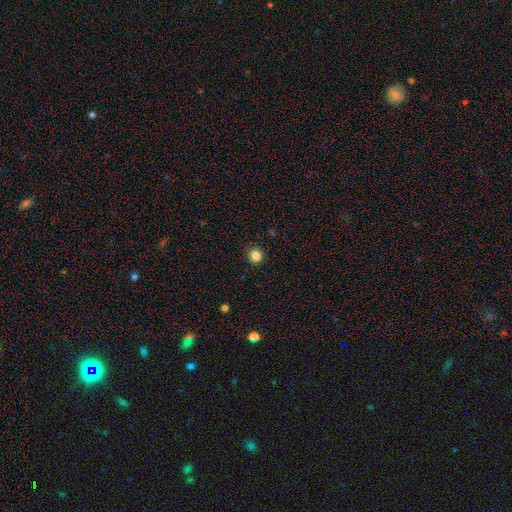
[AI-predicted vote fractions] Overall: smooth (84%). How rounded: round (88%). Merging: none (90%).